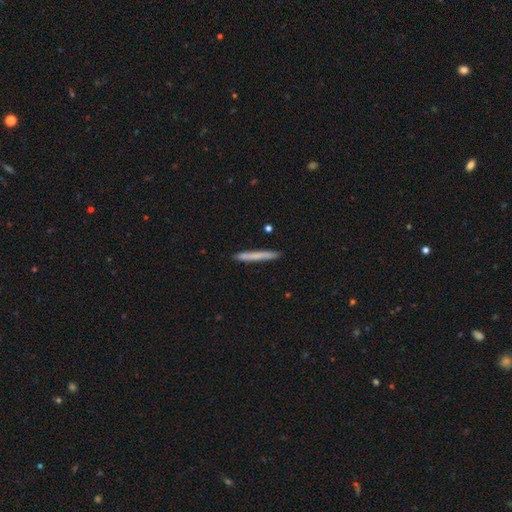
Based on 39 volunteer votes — This is likely a smooth galaxy (77%). How rounded: clearly cigar-shaped (100%). Merging: clearly none (84%).